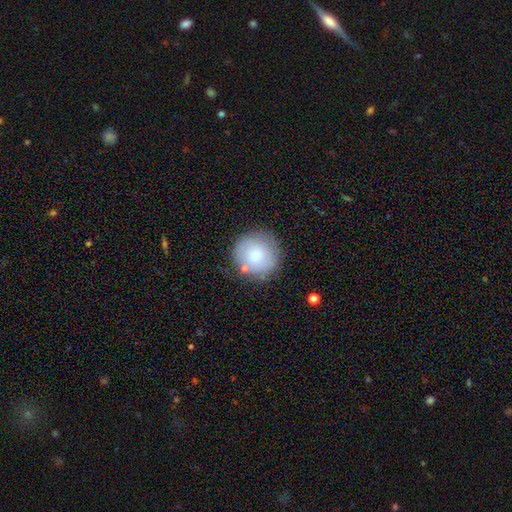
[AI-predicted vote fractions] This is likely a smooth galaxy (72%). How rounded: clearly round (94%). Merging: likely none (78%).